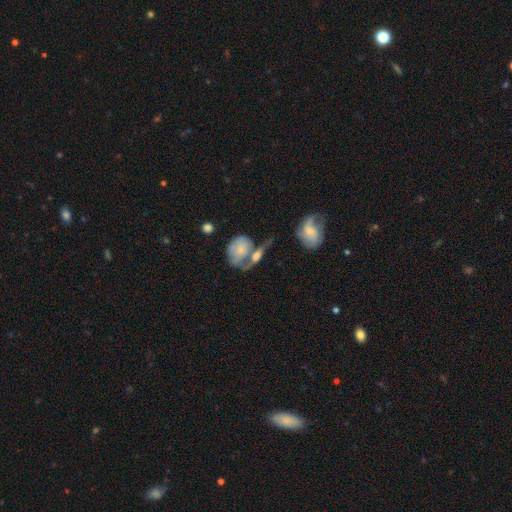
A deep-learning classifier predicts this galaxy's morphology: Smooth or featured? featured or disk (46%)
Merging? merger (46%)